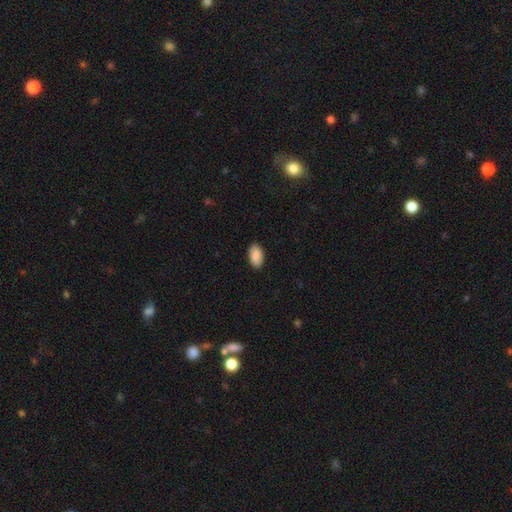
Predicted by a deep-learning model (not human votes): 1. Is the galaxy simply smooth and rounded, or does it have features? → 90% smooth, 6% star or artifact, 4% featured or disk.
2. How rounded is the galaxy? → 95% in between, 4% round, 2% cigar-shaped.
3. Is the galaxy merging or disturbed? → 89% none, 8% minor disturbance, 2% major disturbance, 1% merger.